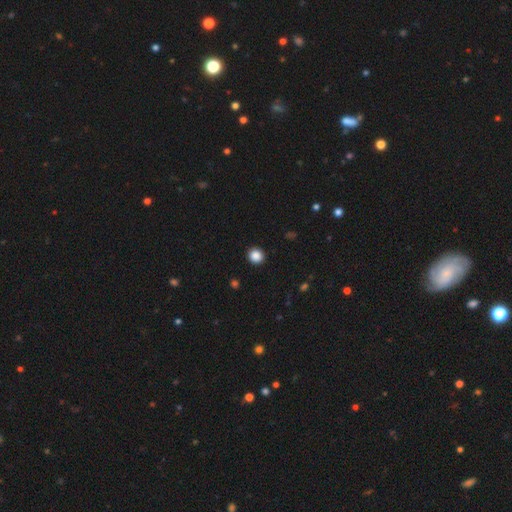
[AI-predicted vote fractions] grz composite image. It shows a smooth galaxy with no disk features (88%) that is round (90%). Merging: none (92%).